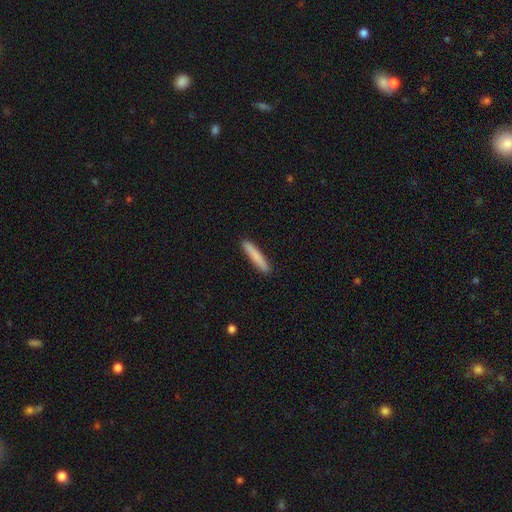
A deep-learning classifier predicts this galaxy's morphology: Smooth or featured? Predicted: smooth (p=0.83). How rounded? Predicted: cigar-shaped (p=0.94). Merging? Predicted: none (p=0.91).